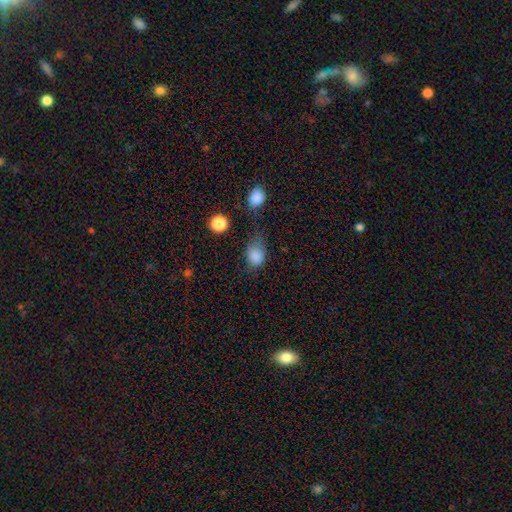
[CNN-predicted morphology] A smooth galaxy with no disk features (82%) that is in between round and cigar-shaped (59%).

Vote fractions:
- Smooth or featured? smooth: 82% / star or artifact: 11% / featured or disk: 6%
- How rounded? in between: 59% / round: 39% / cigar-shaped: 2%
- Merging? none: 42% / minor disturbance: 30% / major disturbance: 19% / merger: 9%